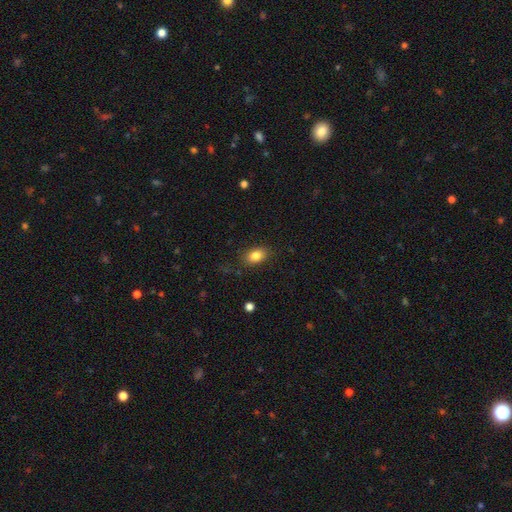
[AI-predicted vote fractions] The model was most divided on "how rounded": in between: 83%, round: 15%, cigar-shaped: 2%. More confident: smooth or featured — smooth (84%); merging — none (83%).